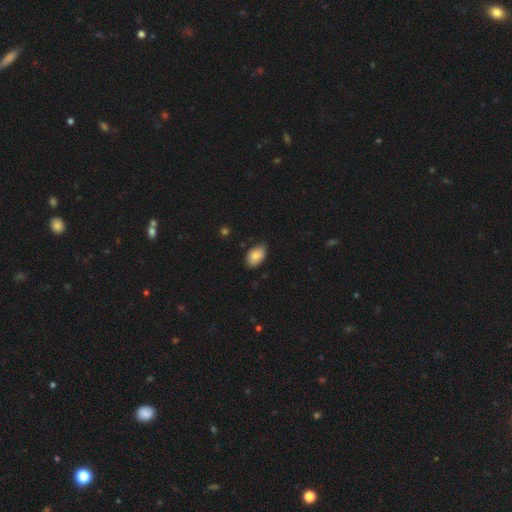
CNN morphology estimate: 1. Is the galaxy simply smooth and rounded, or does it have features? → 85% smooth, 8% featured or disk, 7% star or artifact.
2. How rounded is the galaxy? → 89% in between, 10% round, 1% cigar-shaped.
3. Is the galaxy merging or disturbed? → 77% none, 20% minor disturbance, 3% major disturbance, 1% merger.